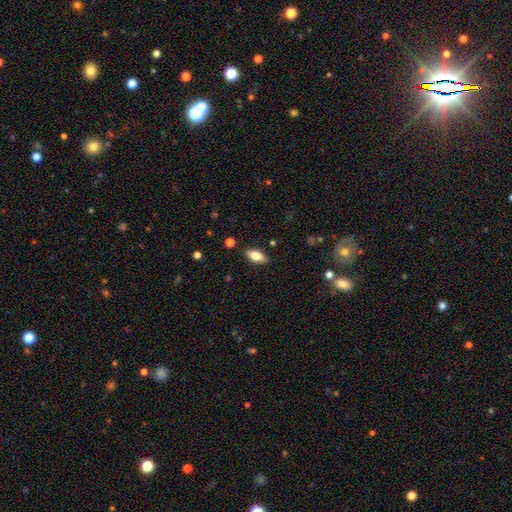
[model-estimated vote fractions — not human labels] Smooth or featured? Predicted: smooth (p=0.75). How rounded? Predicted: in between (p=0.87). Merging? Predicted: none (p=0.87).